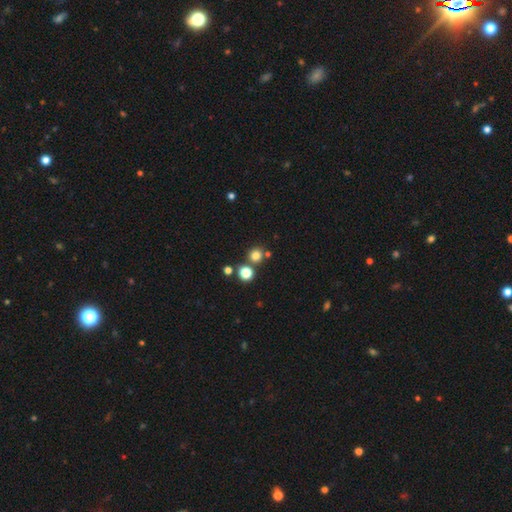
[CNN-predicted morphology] Overall: smooth (77%). How rounded: round (92%). Merging: none (76%).